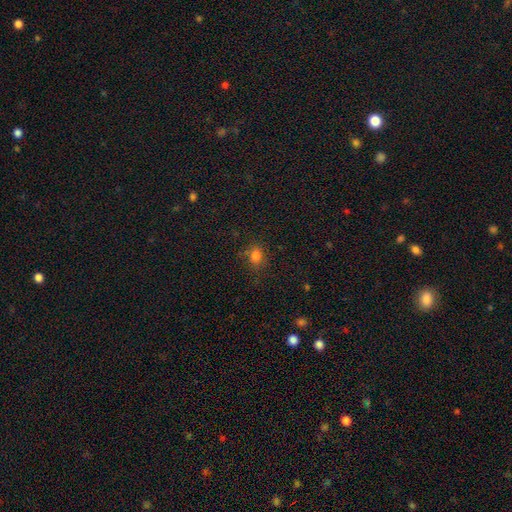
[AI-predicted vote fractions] This appears to be a smooth galaxy with no disk features (78%) that is round (55%). Merging: none (75%).